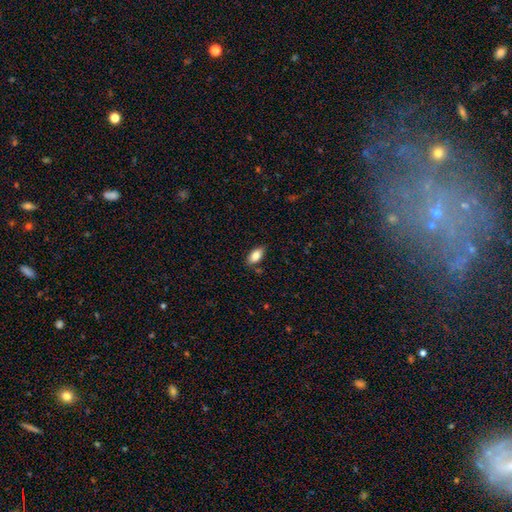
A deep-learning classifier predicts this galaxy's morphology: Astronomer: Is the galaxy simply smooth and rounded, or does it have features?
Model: smooth — 84%.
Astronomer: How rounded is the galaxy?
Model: in between — 91%.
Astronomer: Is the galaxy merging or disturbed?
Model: none — 83%.